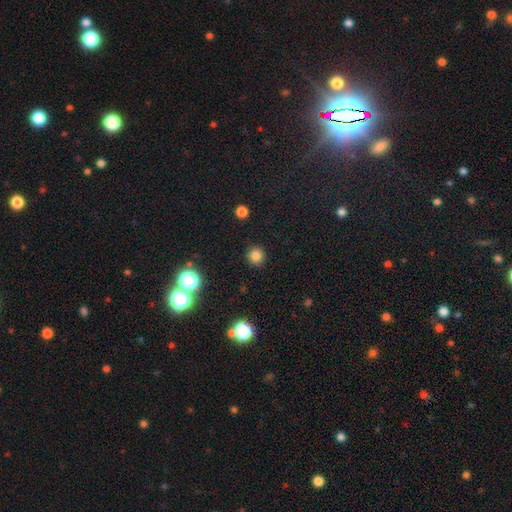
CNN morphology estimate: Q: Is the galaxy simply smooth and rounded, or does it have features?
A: smooth — 81%.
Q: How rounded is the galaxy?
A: round — 93%.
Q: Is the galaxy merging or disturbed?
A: none — 91%.